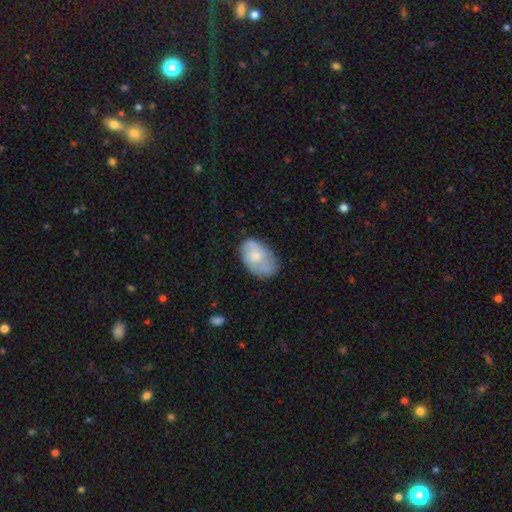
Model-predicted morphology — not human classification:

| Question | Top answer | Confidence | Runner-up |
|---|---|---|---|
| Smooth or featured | smooth | 62% | featured or disk (31%) |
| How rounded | in between | 90% | round (9%) |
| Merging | none | 61% | minor disturbance (29%) |